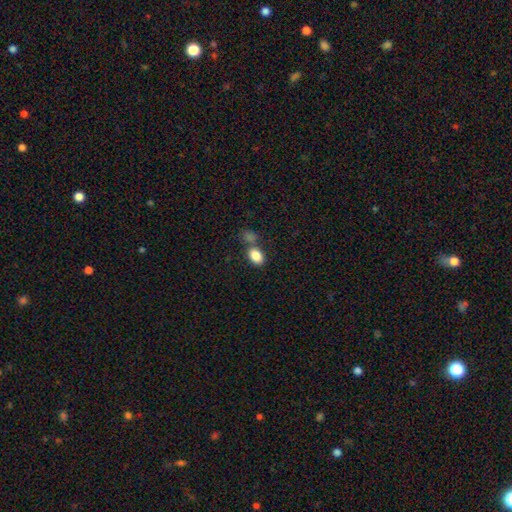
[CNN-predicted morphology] Q: Smooth or featured?
A: smooth (85%); runner-up: star or artifact (9%)
Q: How rounded?
A: in between (85%); runner-up: round (13%)
Q: Merging?
A: none (59%); runner-up: merger (23%)